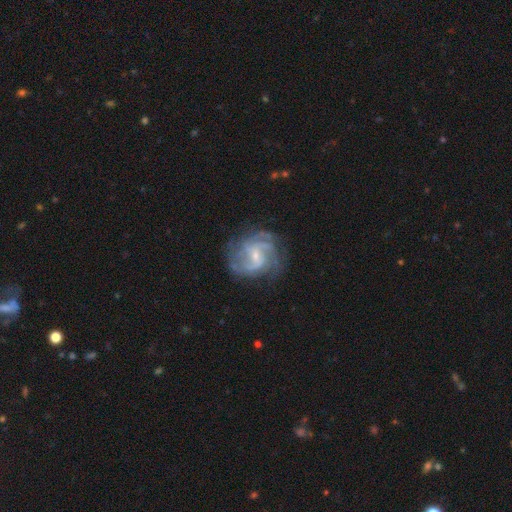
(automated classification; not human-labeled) smooth-or-featured: featured or disk: 88% | smooth: 7% | star or artifact: 6%
  disk-edge-on: no: 98% | yes: 2%
    bar: weak: 53% | no: 32% | strong: 15%
    has-spiral-arms: yes: 97% | no: 3%
      spiral-winding: medium: 47% | tight: 38% | loose: 15%
      spiral-arm-count: 2: 27% | 3: 26% | can't tell: 21% | 4: 14% | more than 4: 6% | 1: 6%
    bulge-size: small: 69% | moderate: 26% | none: 3% | large: 1% | dominant: 1%
  merging: none: 73% | minor disturbance: 17% | major disturbance: 9% | merger: 1%